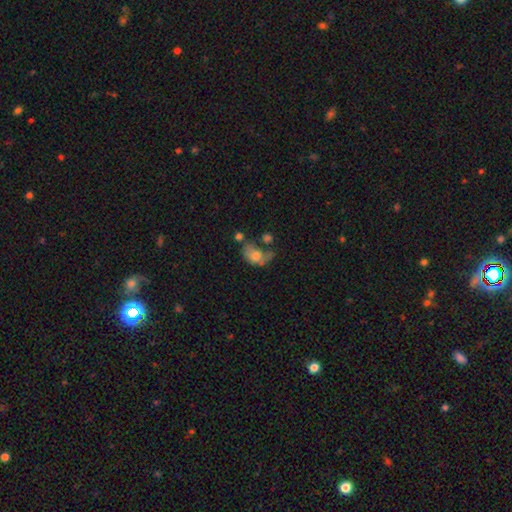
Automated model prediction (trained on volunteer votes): This is likely a smooth galaxy (65%). How rounded: likely in between (76%). Merging: marginally major disturbance (32%).